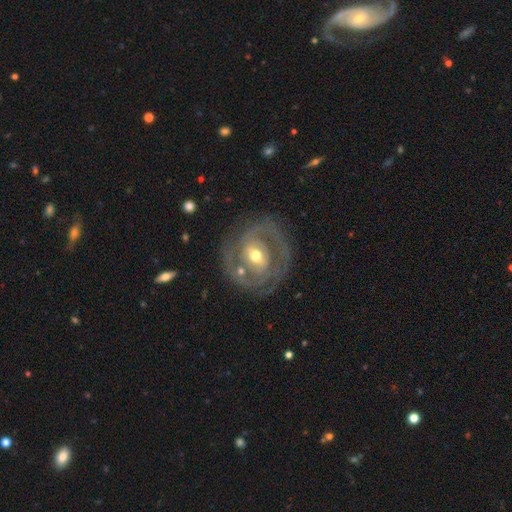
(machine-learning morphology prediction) smooth-or-featured: featured or disk: 85% | smooth: 9% | star or artifact: 6%
  disk-edge-on: no: 96% | yes: 4%
    bar: weak: 40% | strong: 34% | no: 26%
    has-spiral-arms: yes: 88% | no: 12%
      spiral-winding: tight: 55% | medium: 36% | loose: 9%
      spiral-arm-count: 2: 76% | can't tell: 11% | 3: 6% | 1: 4% | 4: 2% | more than 4: 2%
    bulge-size: moderate: 57% | small: 38% | large: 3% | none: 1% | dominant: 1%
  merging: none: 79% | minor disturbance: 13% | major disturbance: 6% | merger: 2%